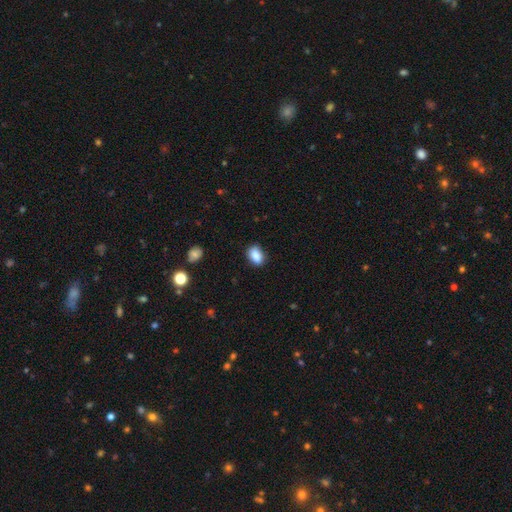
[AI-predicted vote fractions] The model was most divided on "merging": none: 79%, minor disturbance: 17%, major disturbance: 3%, merger: 1%. More confident: smooth or featured — smooth (87%); how rounded — in between (82%).